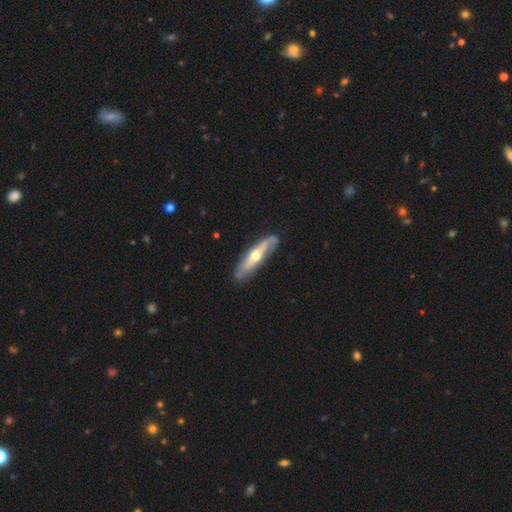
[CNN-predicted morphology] The model was most divided on "edge-on disk": yes: 61%, no: 39%. More confident: merging — none (77%); smooth or featured — featured or disk (63%).